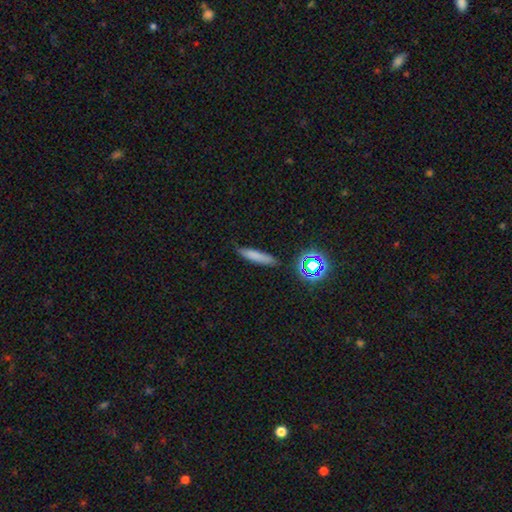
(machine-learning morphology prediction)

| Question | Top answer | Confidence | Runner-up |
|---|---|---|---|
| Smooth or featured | smooth | 74% | featured or disk (14%) |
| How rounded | cigar-shaped | 84% | in between (14%) |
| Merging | none | 80% | minor disturbance (15%) |